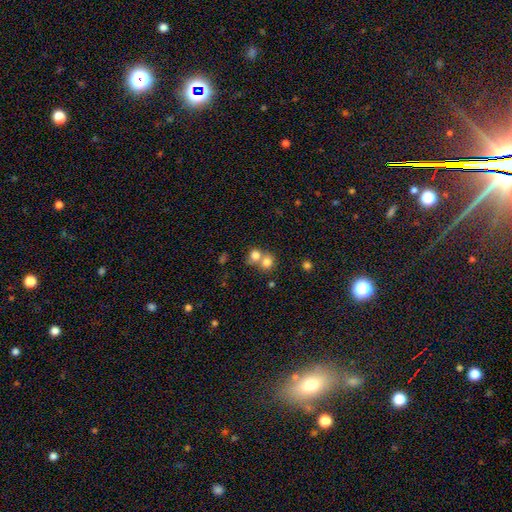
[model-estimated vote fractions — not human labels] A smooth galaxy with no disk features (77%) that is round (79%). Merging: merger (58%).